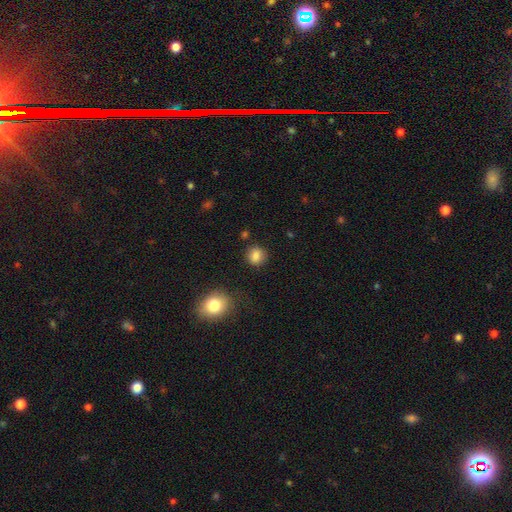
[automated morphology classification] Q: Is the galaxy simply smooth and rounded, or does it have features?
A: smooth — 85%.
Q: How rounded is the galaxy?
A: round — 83%.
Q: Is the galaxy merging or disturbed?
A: none — 85%.